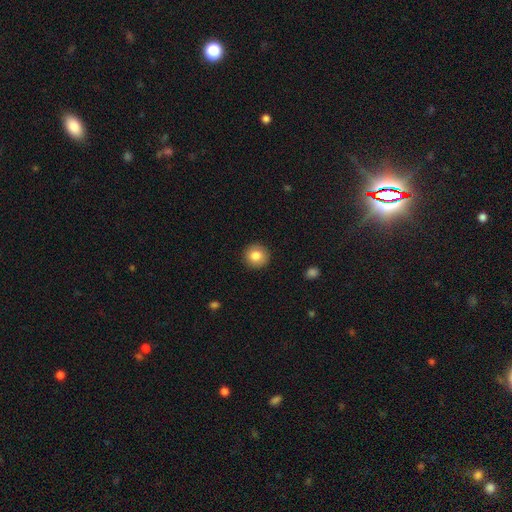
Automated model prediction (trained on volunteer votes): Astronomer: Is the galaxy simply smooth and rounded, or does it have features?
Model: smooth — 84%.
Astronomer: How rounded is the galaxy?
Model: round — 93%.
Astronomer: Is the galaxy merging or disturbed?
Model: none — 91%.